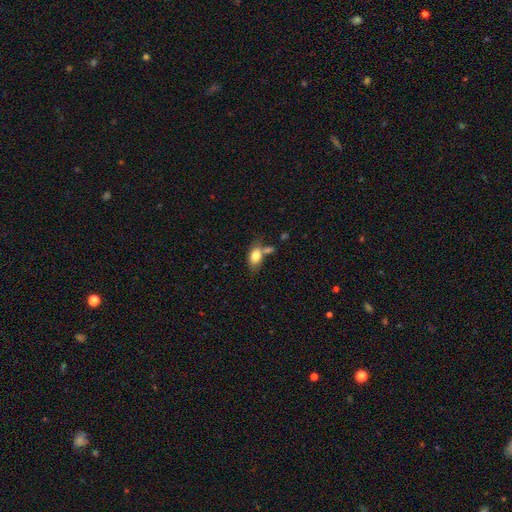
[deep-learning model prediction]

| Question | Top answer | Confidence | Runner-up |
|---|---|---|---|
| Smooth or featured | smooth | 80% | featured or disk (12%) |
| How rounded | in between | 85% | round (12%) |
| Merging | none | 46% | merger (30%) |